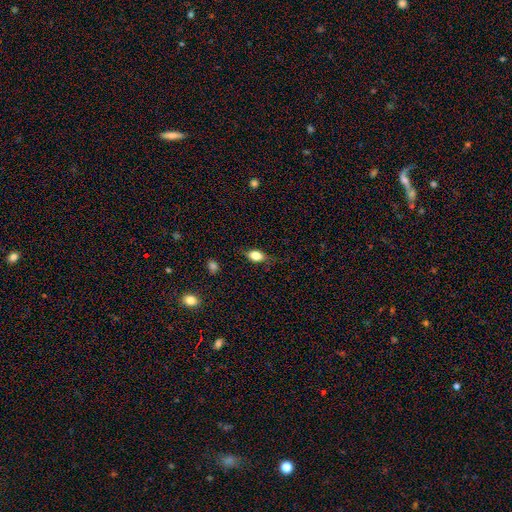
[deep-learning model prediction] Overall: smooth (78%). How rounded: in between (80%). Merging: none (74%).